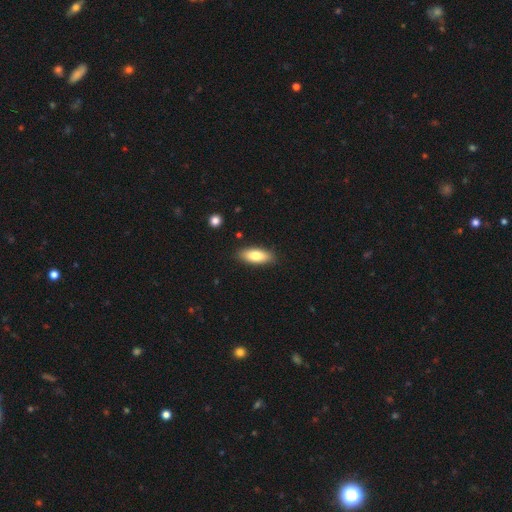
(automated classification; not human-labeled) Q: Smooth or featured?
A: smooth (79%); runner-up: featured or disk (15%)
Q: How rounded?
A: in between (80%); runner-up: cigar-shaped (17%)
Q: Merging?
A: none (86%); runner-up: minor disturbance (10%)